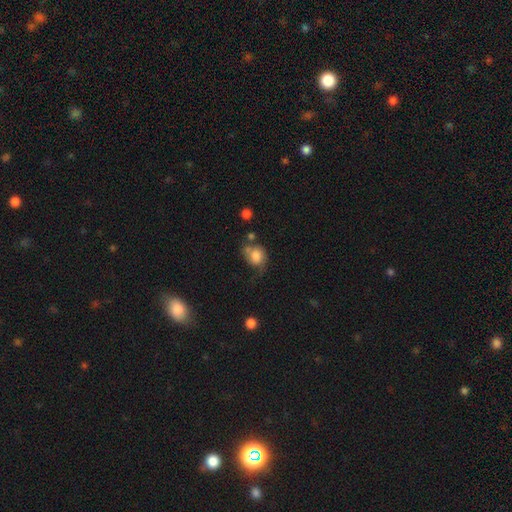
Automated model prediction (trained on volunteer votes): Smooth or featured? smooth (72%)
How rounded? round (59%)
Merging? none (36%)